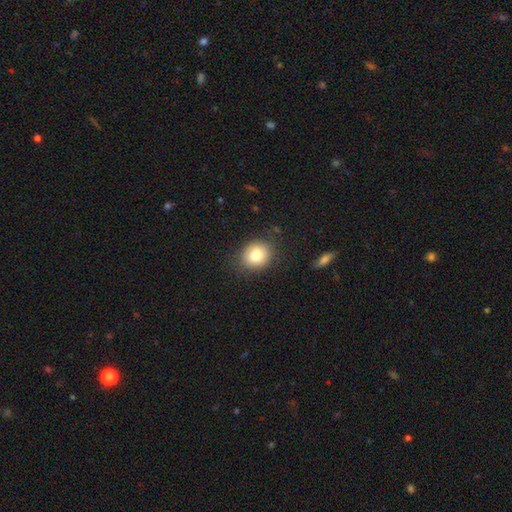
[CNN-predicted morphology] Overall: smooth (82%). How rounded: round (67%; in between 32%). Merging: none (83%).